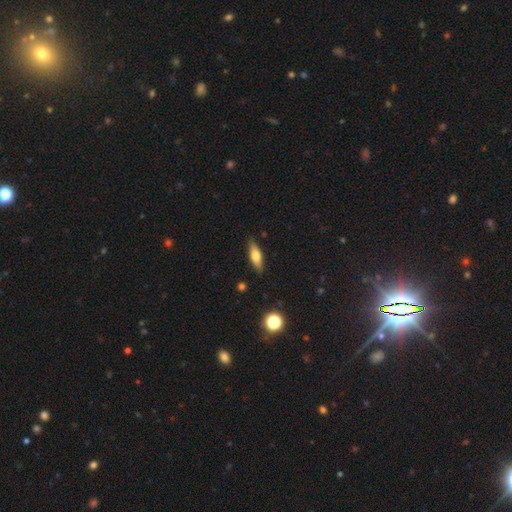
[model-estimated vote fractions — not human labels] Morphology: type=smooth (63%); roundness=in between (52%); merging=none (87%).